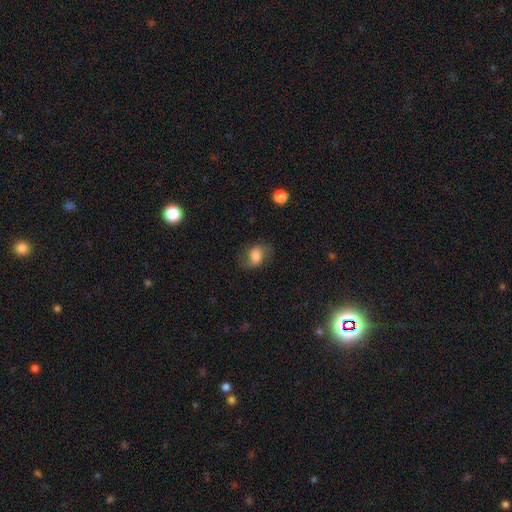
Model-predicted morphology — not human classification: This appears to be a smooth galaxy with no disk features (57%) that is in between round and cigar-shaped (67%). Merging: none (67%).